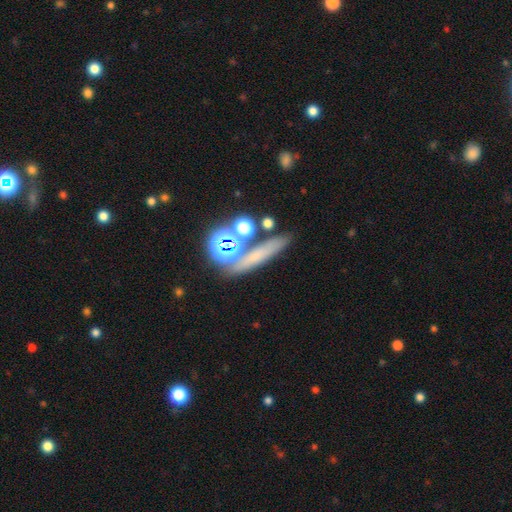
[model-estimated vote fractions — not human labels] smooth_or_featured: smooth (p=0.48) [alt: star or artifact p=0.31]
merging: none (p=0.71) [alt: merger p=0.14]